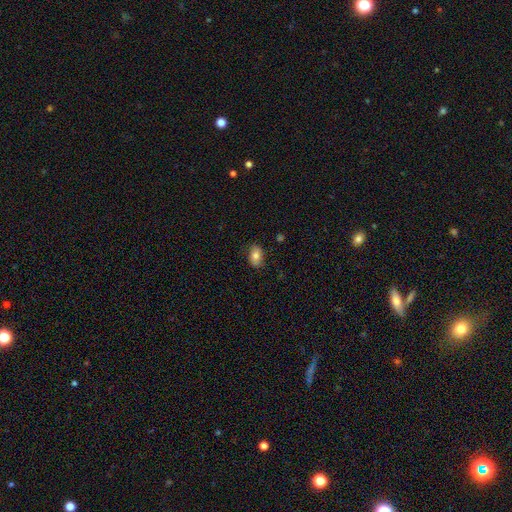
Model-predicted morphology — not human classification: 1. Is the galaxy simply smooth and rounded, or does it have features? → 79% smooth, 12% featured or disk, 8% star or artifact.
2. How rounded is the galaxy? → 86% in between, 12% round, 2% cigar-shaped.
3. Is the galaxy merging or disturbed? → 84% none, 12% minor disturbance, 2% major disturbance, 1% merger.